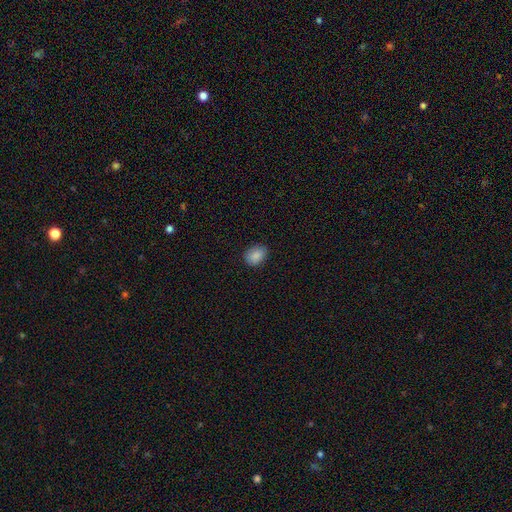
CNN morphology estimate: A smooth galaxy with no disk features (87%) that is in between round and cigar-shaped (69%).

Vote fractions:
- Smooth or featured? smooth: 87% / star or artifact: 8% / featured or disk: 5%
- How rounded? in between: 69% / round: 30% / cigar-shaped: 1%
- Merging? none: 82% / minor disturbance: 14% / major disturbance: 2% / merger: 1%